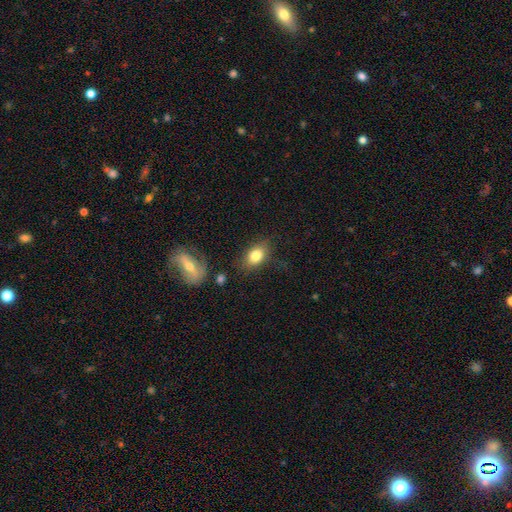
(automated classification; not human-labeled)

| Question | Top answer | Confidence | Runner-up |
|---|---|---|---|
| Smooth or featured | smooth | 80% | featured or disk (12%) |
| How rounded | in between | 81% | round (16%) |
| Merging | none | 75% | minor disturbance (17%) |